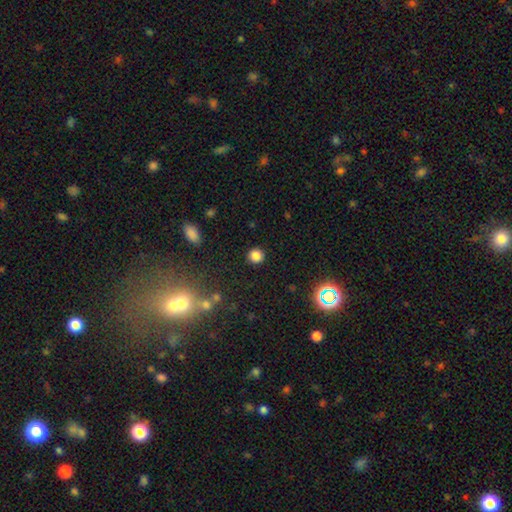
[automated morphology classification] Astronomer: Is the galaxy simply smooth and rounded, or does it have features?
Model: smooth — 82%.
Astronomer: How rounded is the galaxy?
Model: round — 91%.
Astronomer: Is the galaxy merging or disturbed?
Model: none — 90%.